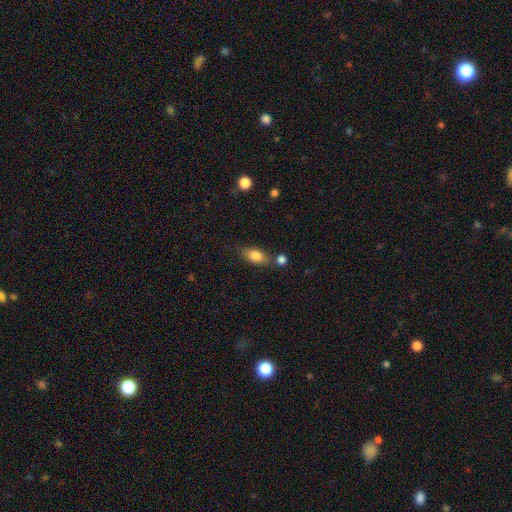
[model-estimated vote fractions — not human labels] smooth_or_featured: smooth (p=0.81) [alt: featured or disk p=0.11]
how_rounded: in between (p=0.84) [alt: round p=0.08]
merging: none (p=0.66) [alt: merger p=0.16]